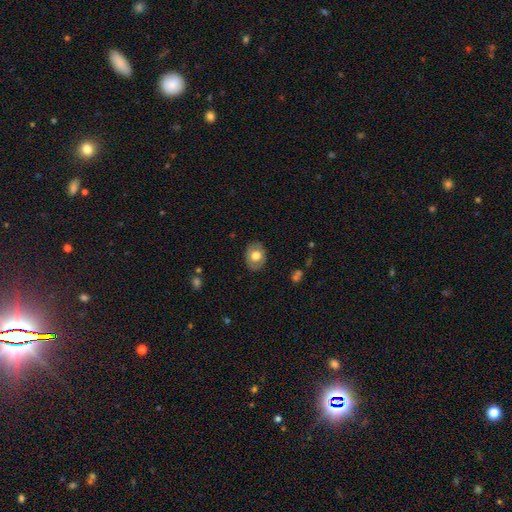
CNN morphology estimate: A smooth galaxy with no disk features (67%) that is in between round and cigar-shaped (57%). Merging: none (85%).